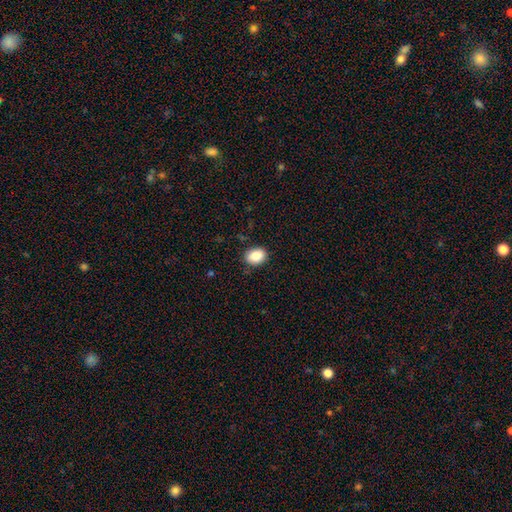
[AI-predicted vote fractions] A smooth galaxy with no disk features (88%) that is in between round and cigar-shaped (64%). Merging: none (87%).